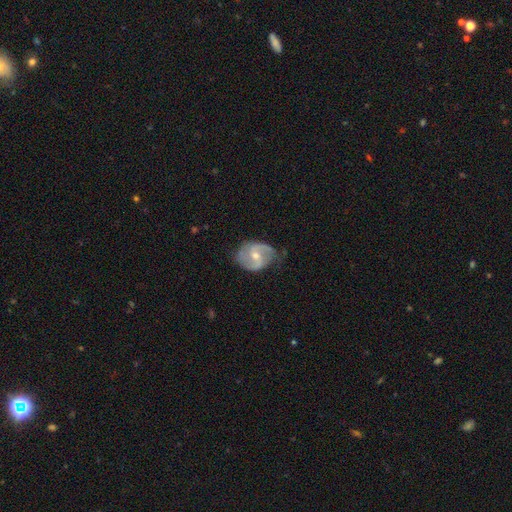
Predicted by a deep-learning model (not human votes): Smooth or featured? Predicted: featured or disk (p=0.85). Edge-on disk? Predicted: no (p=0.98). Bar? Predicted: weak (p=0.53). Spiral arms? Predicted: yes (p=0.95). Spiral winding? Predicted: medium (p=0.53). Spiral arm count? Predicted: 2 (p=0.89). Bulge size? Predicted: moderate (p=0.54). Merging? Predicted: none (p=0.68).